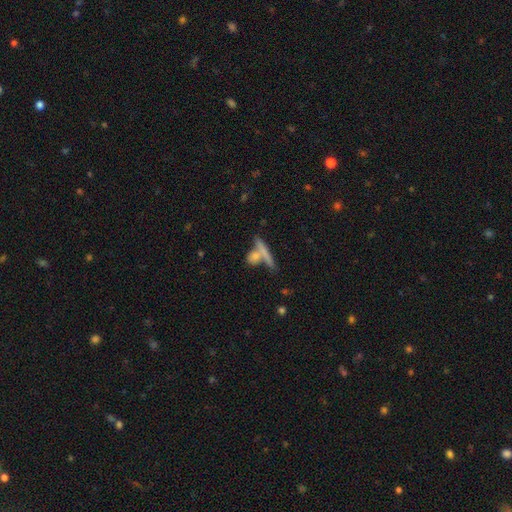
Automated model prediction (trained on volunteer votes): Morphology: type=smooth (47%); merging=none (46%).